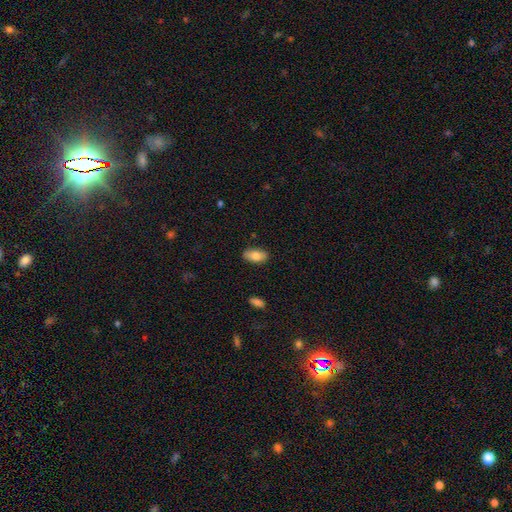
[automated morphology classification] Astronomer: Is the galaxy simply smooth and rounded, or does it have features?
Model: smooth — 79%.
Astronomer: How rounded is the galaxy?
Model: in between — 92%.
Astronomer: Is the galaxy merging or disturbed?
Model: none — 86%.